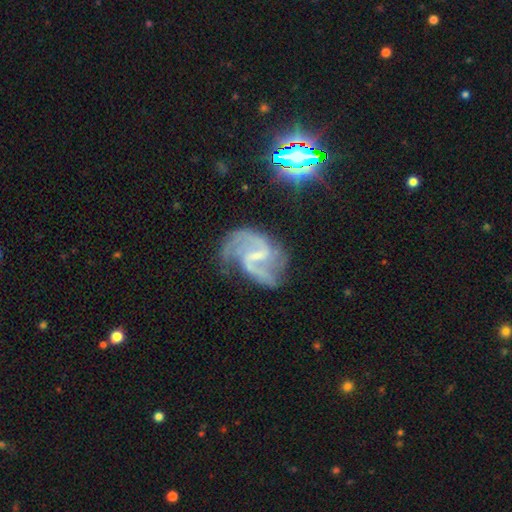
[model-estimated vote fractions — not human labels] smooth-or-featured: featured or disk: 88% | star or artifact: 7% | smooth: 5%
  disk-edge-on: no: 98% | yes: 2%
    bar: weak: 55% | strong: 32% | no: 13%
    has-spiral-arms: yes: 96% | no: 4%
      spiral-winding: medium: 48% | loose: 40% | tight: 12%
      spiral-arm-count: 2: 77% | 3: 8% | can't tell: 7% | 1: 4% | 4: 3% | more than 4: 2%
    bulge-size: small: 59% | none: 22% | moderate: 17% | large: 1% | dominant: 1%
  merging: none: 59% | minor disturbance: 22% | major disturbance: 16% | merger: 3%